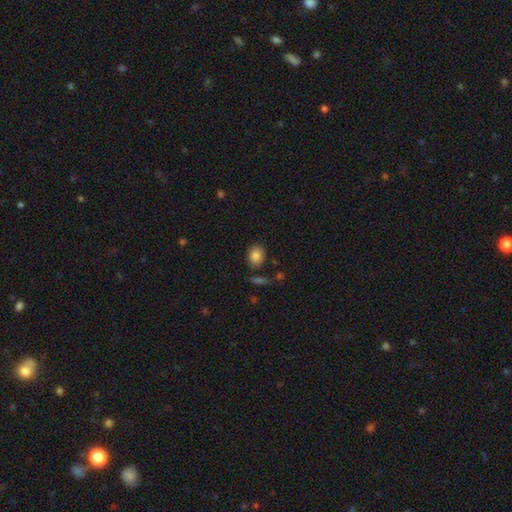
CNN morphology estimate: smooth-or-featured: smooth: 84% | star or artifact: 9% | featured or disk: 7%
  how-rounded: in between: 51% | round: 48% | cigar-shaped: 1%
  merging: none: 82% | minor disturbance: 11% | merger: 4% | major disturbance: 3%